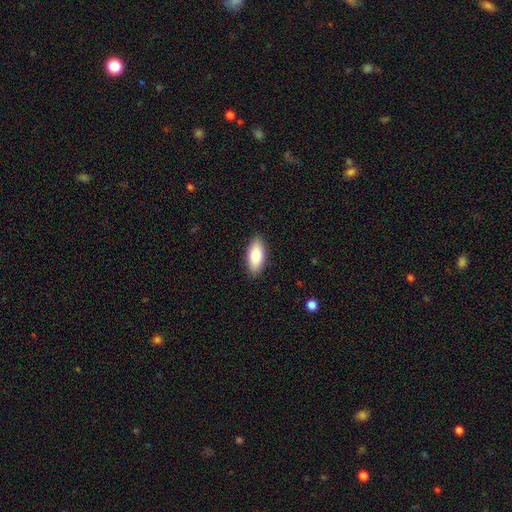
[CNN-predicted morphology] Smooth or featured? smooth (85%)
How rounded? in between (88%)
Merging? none (89%)